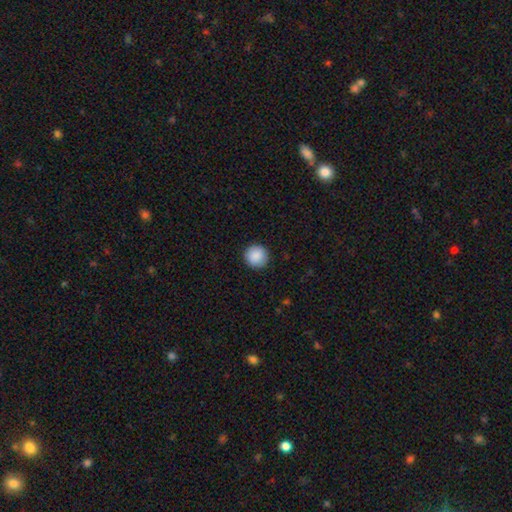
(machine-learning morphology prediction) This is clearly a smooth galaxy (89%). How rounded: clearly round (94%). Merging: clearly none (91%).